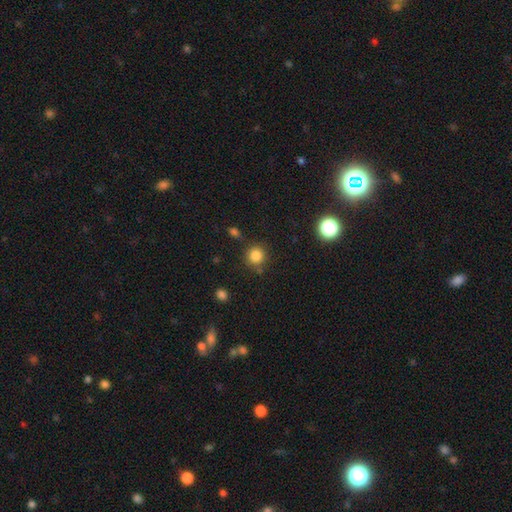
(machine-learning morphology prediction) A smooth galaxy with no disk features (84%) that is round (91%). Merging: none (79%).